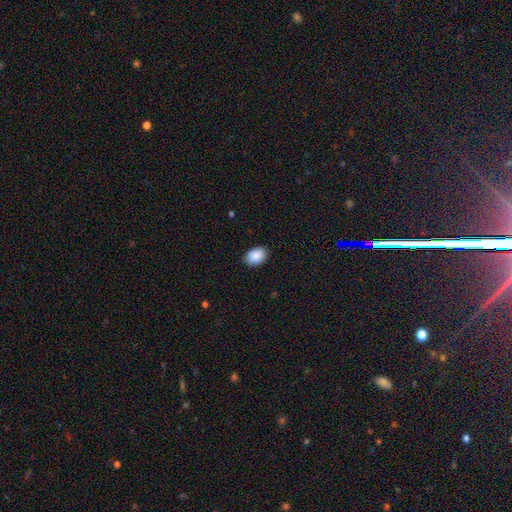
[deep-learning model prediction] This appears to be a smooth galaxy with no disk features (90%) that is in between round and cigar-shaped (83%). Merging: none (88%).